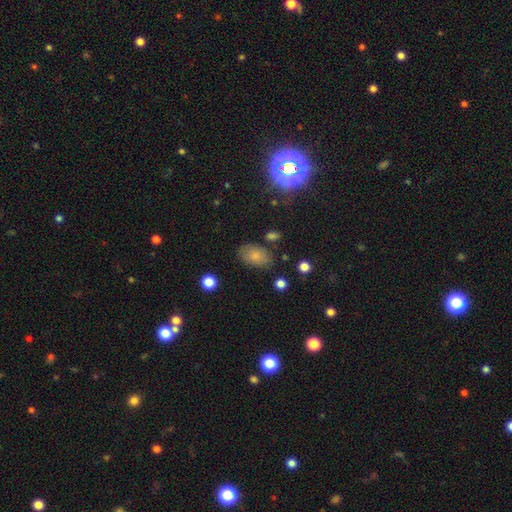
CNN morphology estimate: Overall: smooth (78%). How rounded: in between (90%). Merging: none (75%).